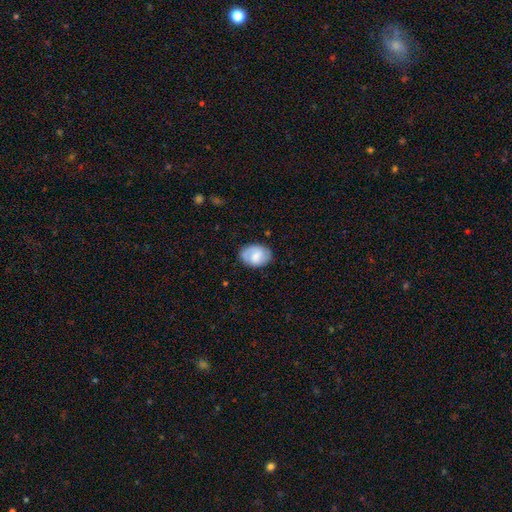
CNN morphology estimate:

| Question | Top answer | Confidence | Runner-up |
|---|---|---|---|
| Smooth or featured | smooth | 52% | featured or disk (41%) |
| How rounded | in between | 75% | round (24%) |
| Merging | none | 78% | minor disturbance (16%) |